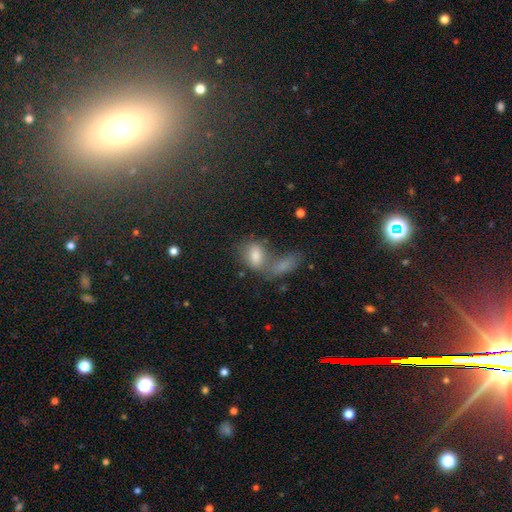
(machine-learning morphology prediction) The model was most divided on "merging": merger: 48%, none: 33%, minor disturbance: 11%, major disturbance: 8%. More confident: how rounded — in between (80%); smooth or featured — smooth (71%).